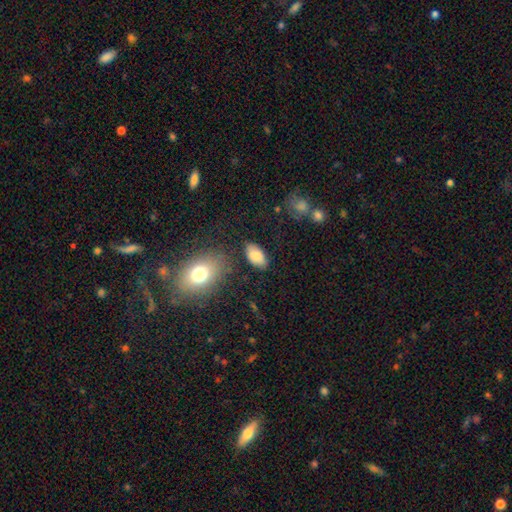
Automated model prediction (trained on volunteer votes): Overall: smooth (83%). How rounded: in between (93%). Merging: none (80%).